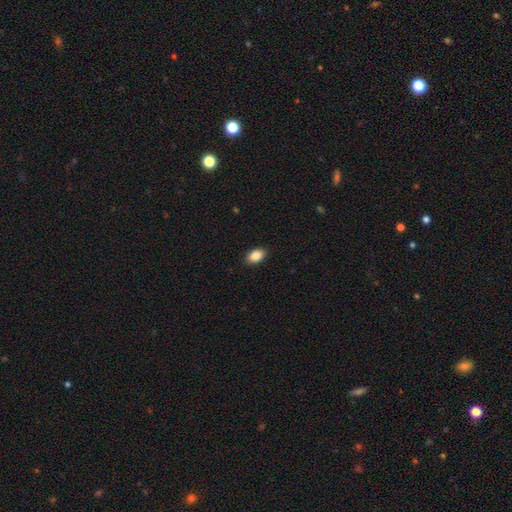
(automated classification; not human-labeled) Morphology: type=smooth (87%); roundness=in between (90%); merging=none (90%).